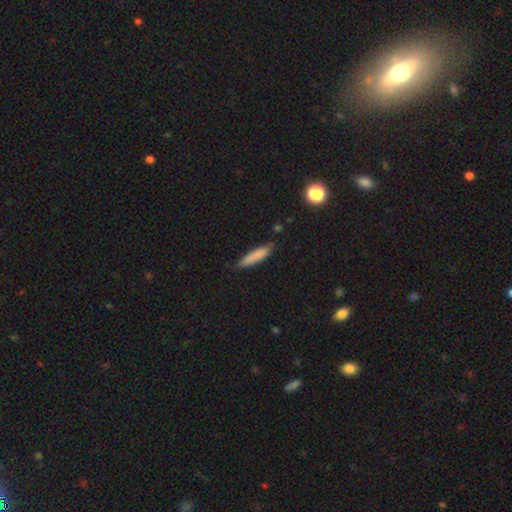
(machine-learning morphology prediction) Smooth or featured? smooth (82%)
How rounded? cigar-shaped (85%)
Merging? none (80%)